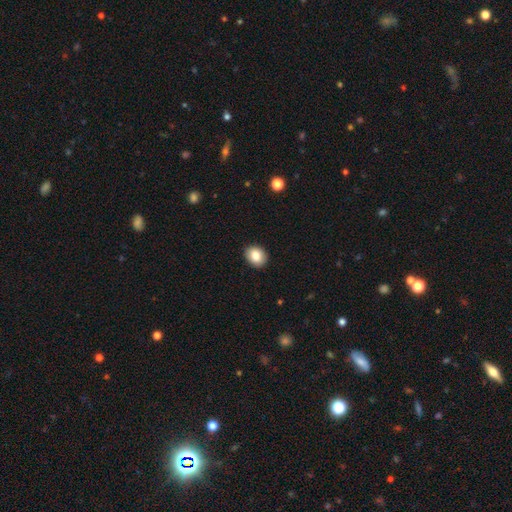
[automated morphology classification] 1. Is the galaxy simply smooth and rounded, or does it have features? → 83% smooth, 8% star or artifact, 8% featured or disk.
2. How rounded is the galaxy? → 53% in between, 46% round, 1% cigar-shaped.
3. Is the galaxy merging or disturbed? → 90% none, 7% minor disturbance, 2% major disturbance, 1% merger.